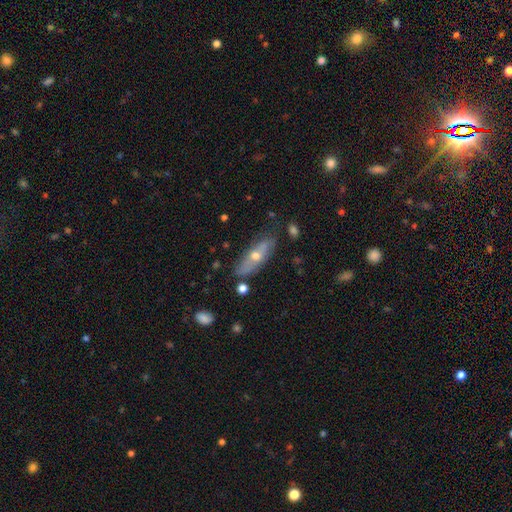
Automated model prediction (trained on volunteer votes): smooth_or_featured: featured or disk (p=0.51) [alt: smooth p=0.41]
disk_edge_on: no (p=0.52) [alt: yes p=0.48]
merging: none (p=0.72) [alt: minor disturbance p=0.19]